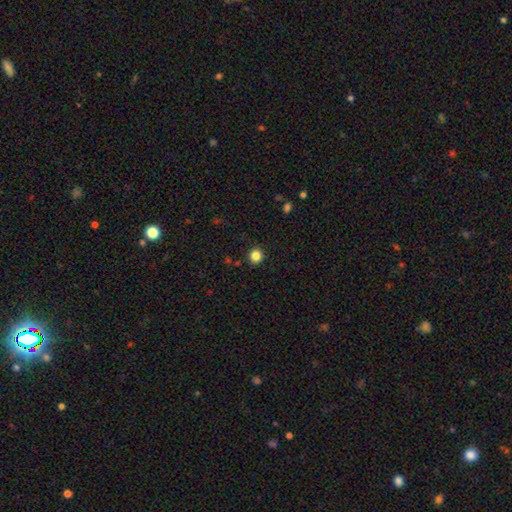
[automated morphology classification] Smooth or featured? Predicted: smooth (p=0.84). How rounded? Predicted: round (p=0.89). Merging? Predicted: none (p=0.90).